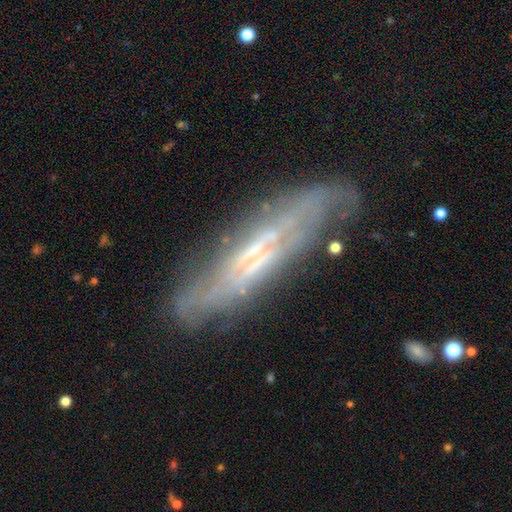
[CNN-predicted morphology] Smooth or featured: featured or disk — 71% (smooth — 21%)
Edge-on disk: yes — 61% (no — 39%)
Merging: none — 71% (minor disturbance — 19%)